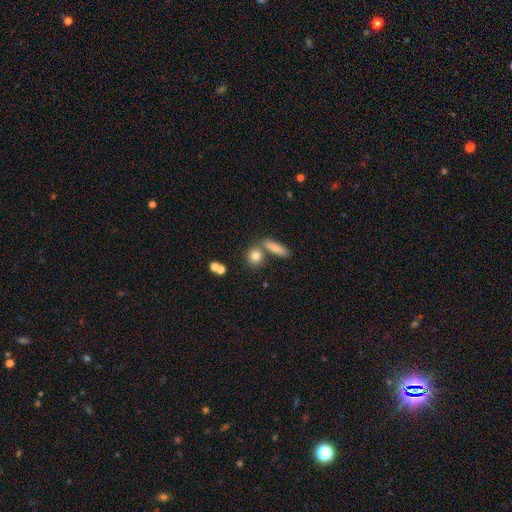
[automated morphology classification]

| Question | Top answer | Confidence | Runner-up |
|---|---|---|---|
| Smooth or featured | smooth | 79% | star or artifact (11%) |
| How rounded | round | 70% | in between (23%) |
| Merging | none | 62% | merger (24%) |